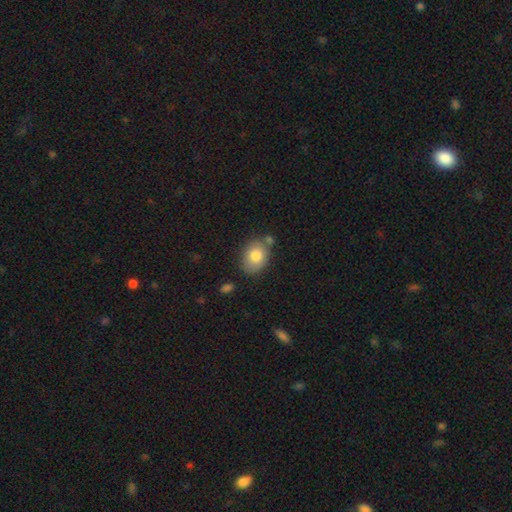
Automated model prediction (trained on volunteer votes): smooth-or-featured: smooth: 81% | featured or disk: 12% | star or artifact: 7%
  how-rounded: in between: 72% | round: 27% | cigar-shaped: 1%
  merging: none: 68% | minor disturbance: 18% | merger: 10% | major disturbance: 4%